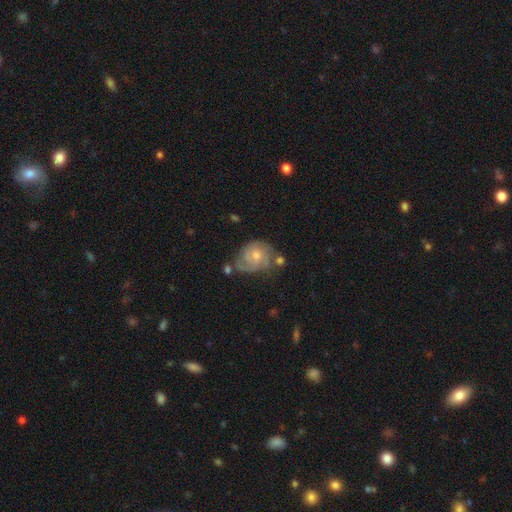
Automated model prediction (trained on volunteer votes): This is likely a featured or disk galaxy (79%). It is clearly not viewed edge-on (97%). Bar: likely no (71%). Spiral arm pattern: clearly yes (94%). Spiral arm count: possibly 2 (55%). Spiral winding: possibly tight (59%). Central bulge: possibly moderate (53%). Merging: possibly none (56%).